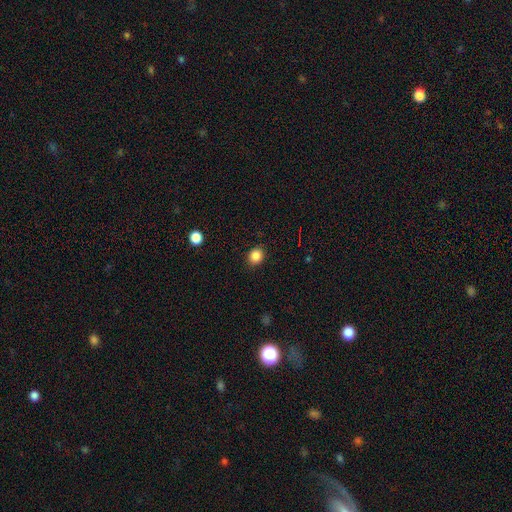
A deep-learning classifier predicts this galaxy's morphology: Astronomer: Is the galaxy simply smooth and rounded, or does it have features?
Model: smooth — 86%.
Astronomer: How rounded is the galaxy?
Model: round — 71%.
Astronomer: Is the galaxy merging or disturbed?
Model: none — 90%.